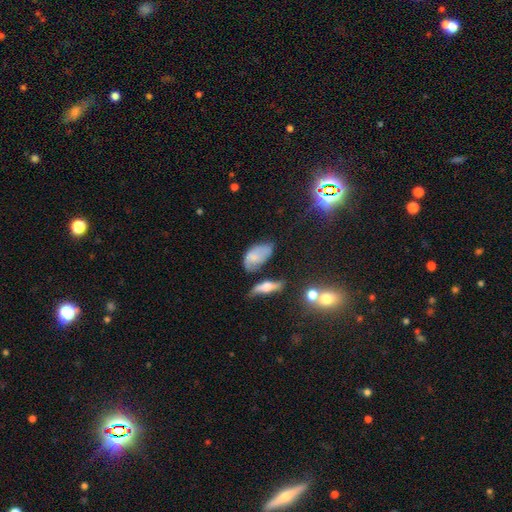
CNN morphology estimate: Smooth or featured?
  - smooth: 65% *
  - featured or disk: 23%
  - star or artifact: 12%
How rounded?
  - in between: 91% *
  - round: 5%
  - cigar-shaped: 4%
Merging?
  - none: 40% *
  - minor disturbance: 32%
  - major disturbance: 16%
  - merger: 13%